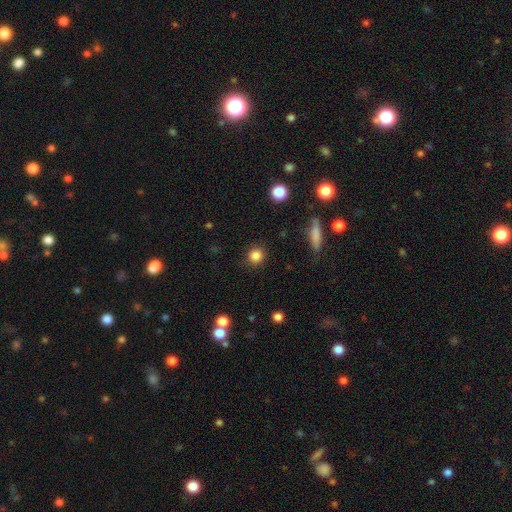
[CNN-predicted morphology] A smooth galaxy with no disk features (85%) that is round (90%). Merging: none (89%).